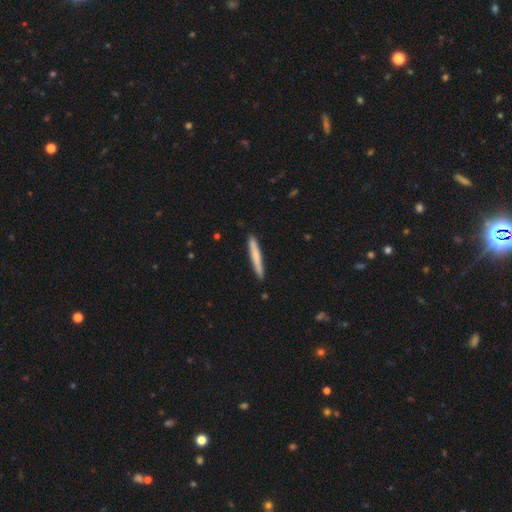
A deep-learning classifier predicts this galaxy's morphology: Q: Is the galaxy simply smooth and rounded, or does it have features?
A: smooth — 70%.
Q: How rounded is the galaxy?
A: cigar-shaped — 96%.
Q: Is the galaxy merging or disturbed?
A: none — 90%.